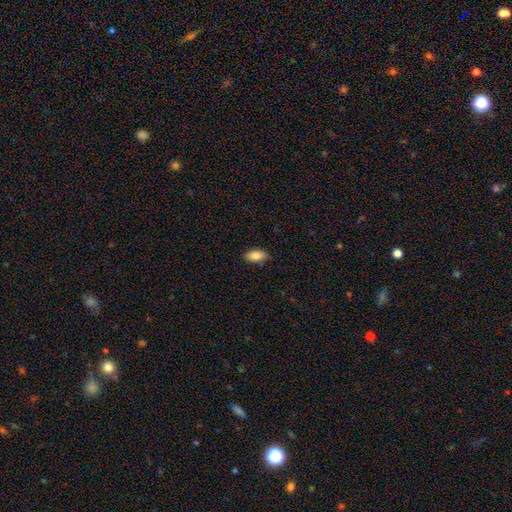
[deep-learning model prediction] This is clearly a smooth galaxy (84%). How rounded: clearly in between (90%). Merging: clearly none (85%).